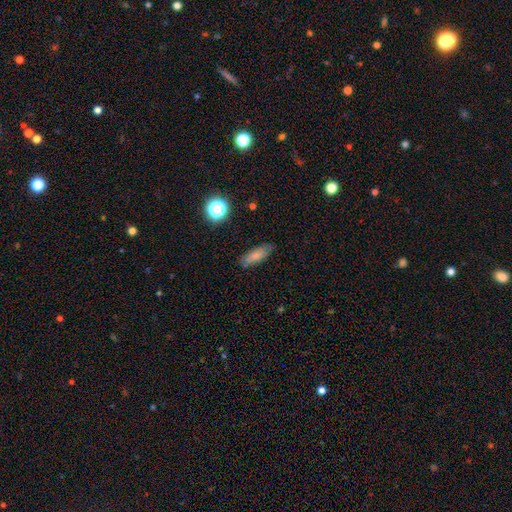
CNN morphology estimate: Smooth or featured?
  - smooth: 78% *
  - featured or disk: 13%
  - star or artifact: 10%
How rounded?
  - in between: 64% *
  - cigar-shaped: 33%
  - round: 3%
Merging?
  - none: 80% *
  - minor disturbance: 15%
  - major disturbance: 3%
  - merger: 2%